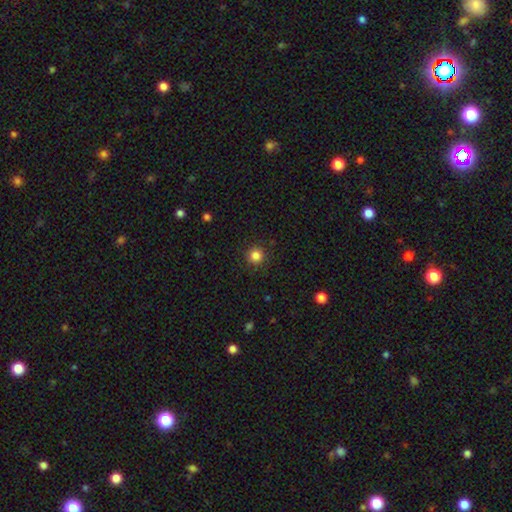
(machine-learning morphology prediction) Smooth or featured: smooth — 84% (star or artifact — 12%)
How rounded: round — 95% (in between — 4%)
Merging: none — 90% (minor disturbance — 6%)